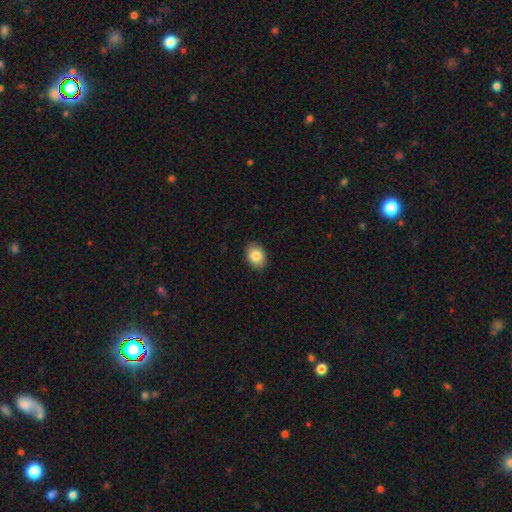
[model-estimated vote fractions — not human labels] A smooth galaxy with no disk features (87%) that is in between round and cigar-shaped (69%). Merging: none (89%).